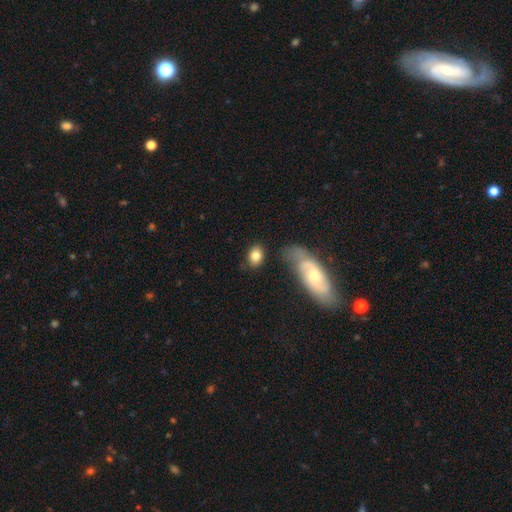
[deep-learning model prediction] This appears to be a smooth galaxy with no disk features (81%) that is in between round and cigar-shaped (72%). Merging: none (72%).